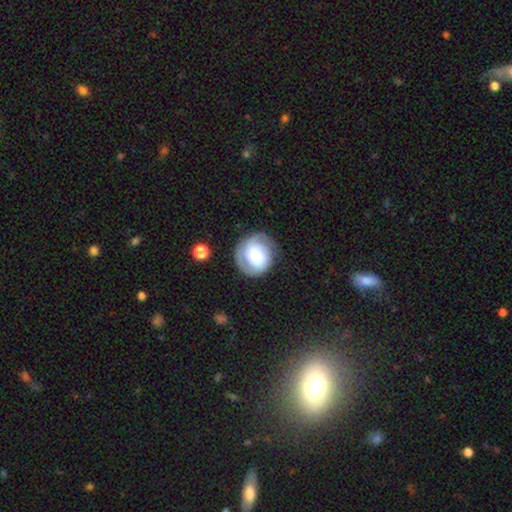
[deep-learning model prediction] Smooth or featured? featured or disk (63%)
Edge-on disk? no (98%)
Bar? no (69%)
Spiral arms? yes (87%)
Spiral winding? tight (59%)
Spiral arm count? 2 (49%)
Bulge size? moderate (46%)
Merging? none (74%)